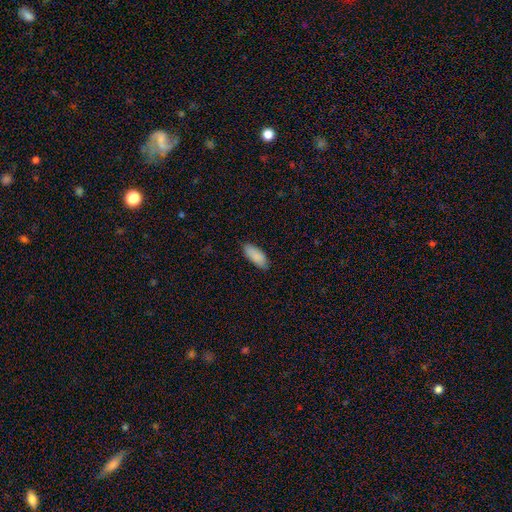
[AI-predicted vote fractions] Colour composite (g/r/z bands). It shows a smooth galaxy with no disk features (89%) that is in between round and cigar-shaped (84%). Merging: none (84%).